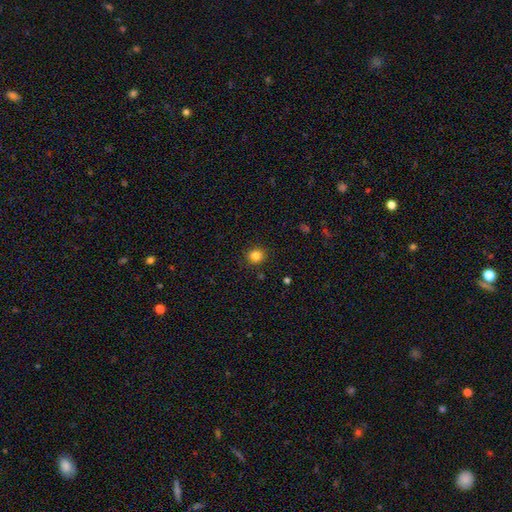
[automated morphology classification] The model was most divided on "how rounded": round: 85%, in between: 14%, cigar-shaped: 1%. More confident: merging — none (89%); smooth or featured — smooth (84%).